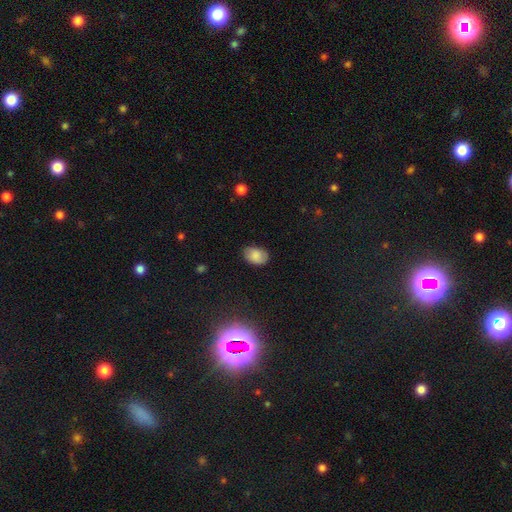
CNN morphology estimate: smooth-or-featured: smooth: 83% | star or artifact: 9% | featured or disk: 9%
  how-rounded: in between: 83% | round: 16% | cigar-shaped: 1%
  merging: none: 79% | minor disturbance: 17% | major disturbance: 3% | merger: 1%